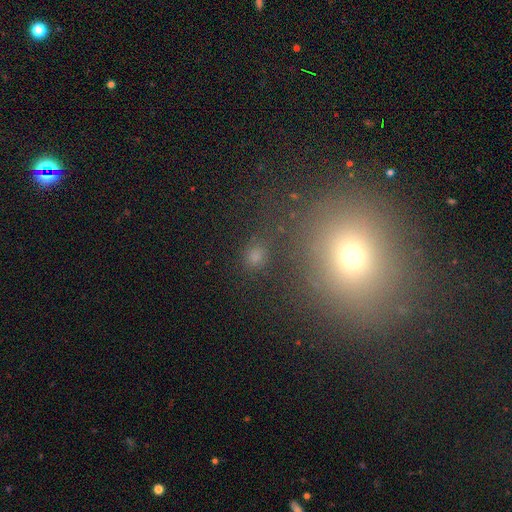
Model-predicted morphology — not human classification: smooth_or_featured: smooth (p=0.66) [alt: star or artifact p=0.26]
how_rounded: round (p=0.64) [alt: in between p=0.33]
merging: none (p=0.77) [alt: minor disturbance p=0.12]